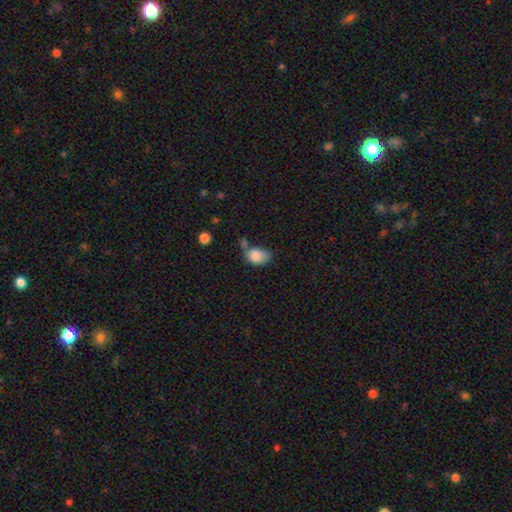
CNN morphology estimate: Smooth or featured? smooth (82%)
How rounded? in between (78%)
Merging? none (34%)